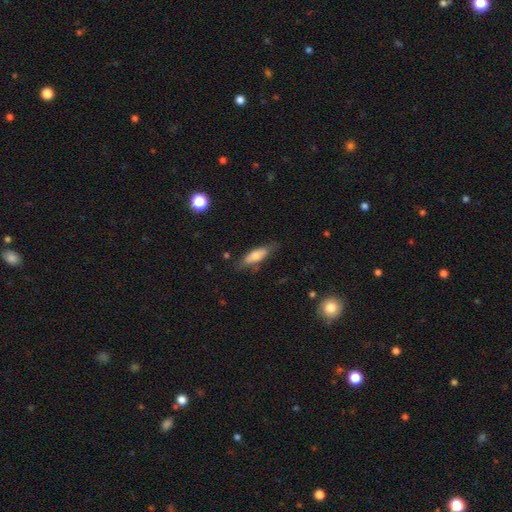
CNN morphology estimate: Overall: smooth (64%; featured or disk 29%). How rounded: in between (55%; cigar-shaped 43%). Merging: none (70%).